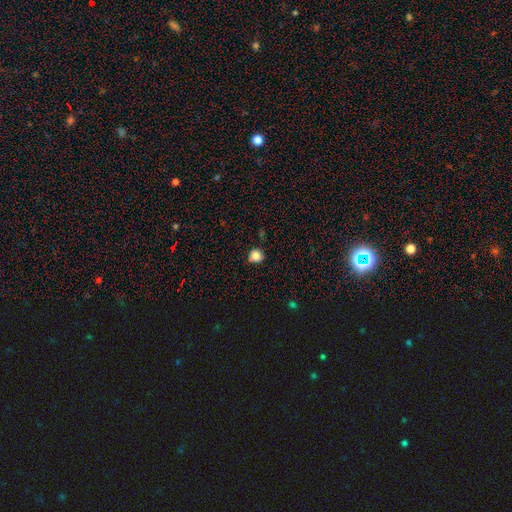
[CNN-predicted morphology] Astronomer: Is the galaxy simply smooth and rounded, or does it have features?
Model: smooth — 84%.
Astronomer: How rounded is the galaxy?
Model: round — 91%.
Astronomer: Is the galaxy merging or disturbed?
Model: none — 81%.